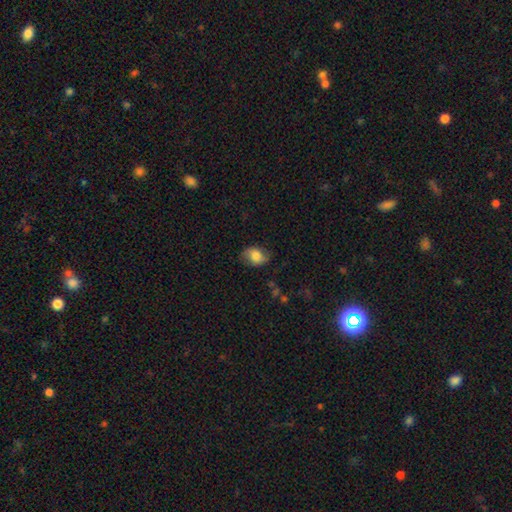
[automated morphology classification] smooth-or-featured: smooth: 72% | featured or disk: 20% | star or artifact: 8%
  how-rounded: in between: 68% | round: 30% | cigar-shaped: 1%
  merging: none: 70% | minor disturbance: 22% | major disturbance: 7% | merger: 1%